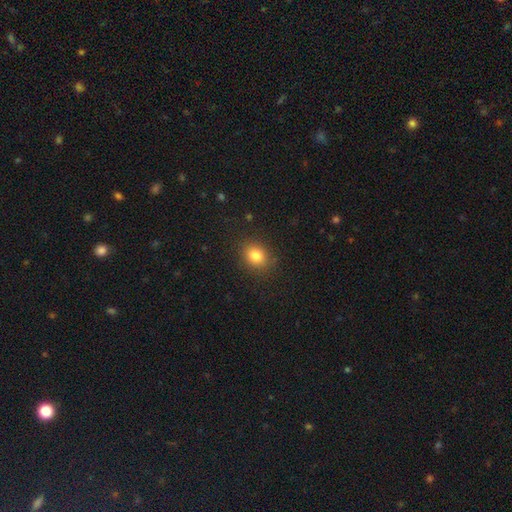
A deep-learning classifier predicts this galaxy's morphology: type=smooth (83%); roundness=round (61%); merging=none (87%).